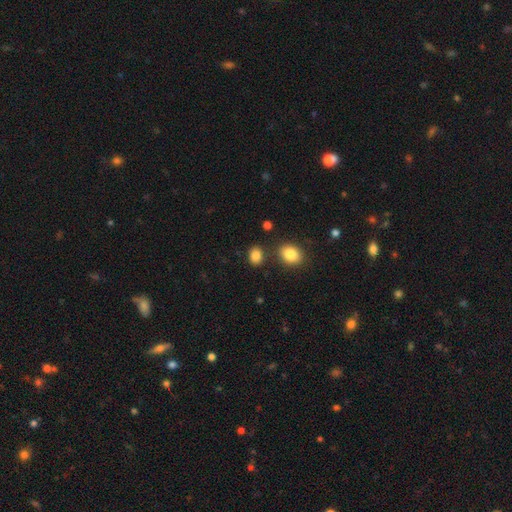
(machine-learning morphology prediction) Smooth or featured? smooth (84%)
How rounded? in between (61%)
Merging? none (79%)